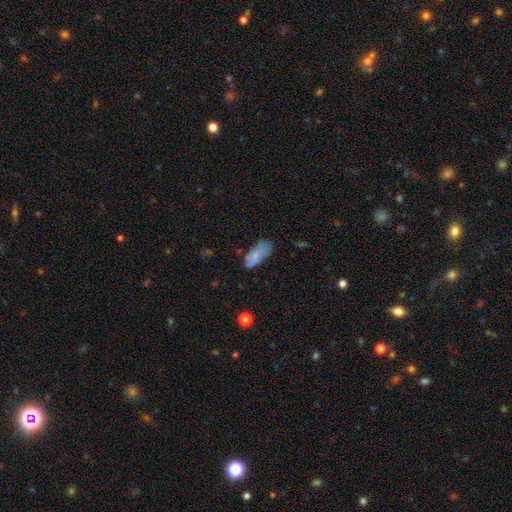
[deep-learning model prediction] A smooth galaxy with no disk features (76%) that is in between round and cigar-shaped (82%).

Vote fractions:
- Smooth or featured? smooth: 76% / featured or disk: 16% / star or artifact: 8%
- How rounded? in between: 82% / cigar-shaped: 16% / round: 2%
- Merging? none: 57% / minor disturbance: 29% / major disturbance: 10% / merger: 4%